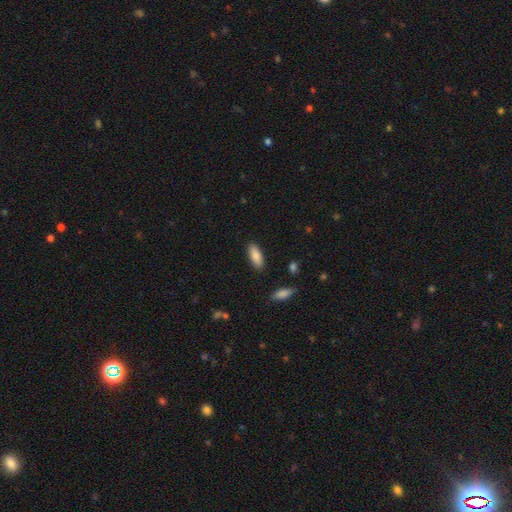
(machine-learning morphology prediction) The model was most divided on "how rounded": in between: 77%, cigar-shaped: 22%, round: 2%. More confident: merging — none (87%); smooth or featured — smooth (87%).